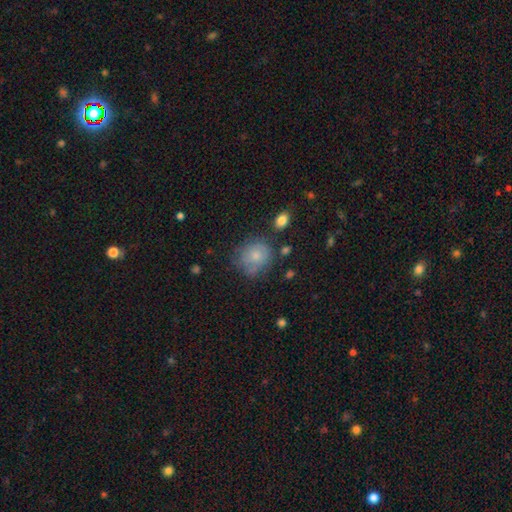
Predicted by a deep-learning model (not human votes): smooth 71%, featured or disk 20%, star or artifact 9%. Down the decision tree: how rounded — round (76%); merging — none (59%).